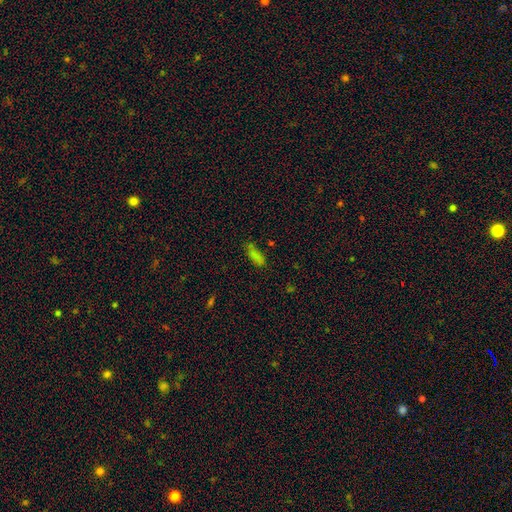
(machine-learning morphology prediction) type=smooth (77%); roundness=in between (62%); merging=none (65%).